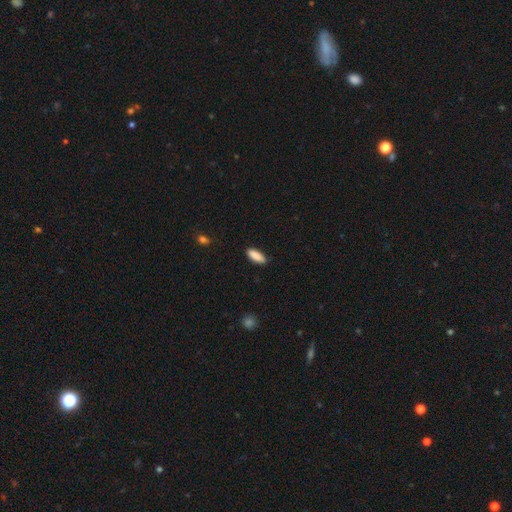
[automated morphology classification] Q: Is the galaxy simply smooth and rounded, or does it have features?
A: smooth — 89%.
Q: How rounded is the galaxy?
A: in between — 69%.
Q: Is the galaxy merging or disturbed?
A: none — 86%.